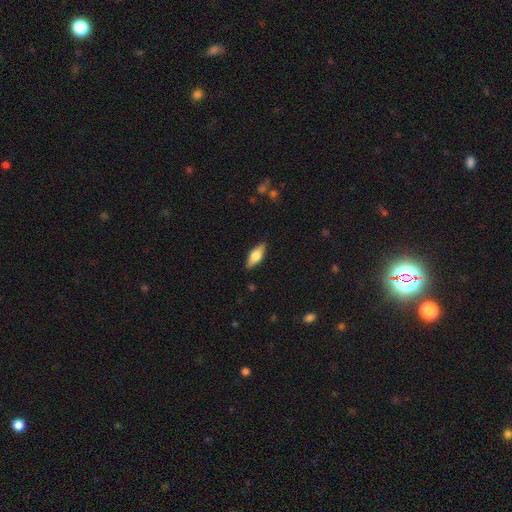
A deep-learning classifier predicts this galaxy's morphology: smooth_or_featured: smooth (p=0.60) [alt: featured or disk p=0.34]
how_rounded: in between (p=0.72) [alt: cigar-shaped p=0.25]
merging: none (p=0.87) [alt: minor disturbance p=0.09]